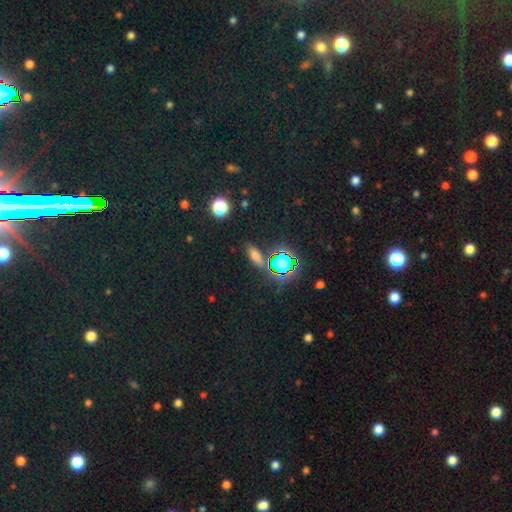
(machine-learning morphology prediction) This is possibly a smooth galaxy (60%). How rounded: possibly in between (60%). Merging: clearly none (80%).